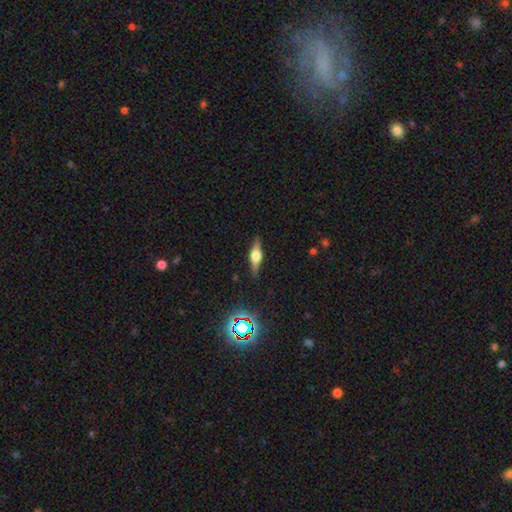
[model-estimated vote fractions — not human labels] Overall: featured or disk (71%). Edge-on disk: yes (97%). Edge-on bulge: rounded (90%). Merging: none (88%).